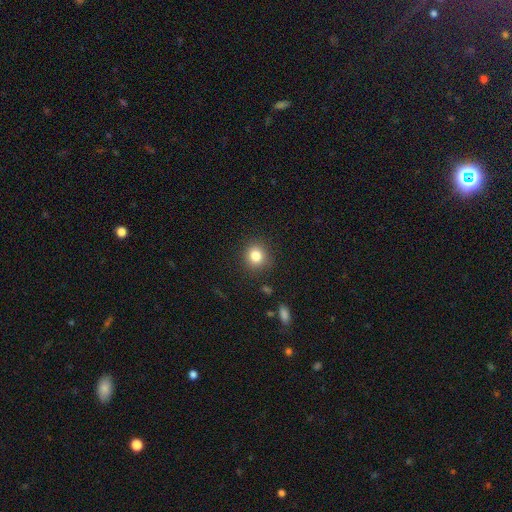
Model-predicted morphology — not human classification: Overall: smooth (83%). How rounded: round (84%). Merging: none (88%).